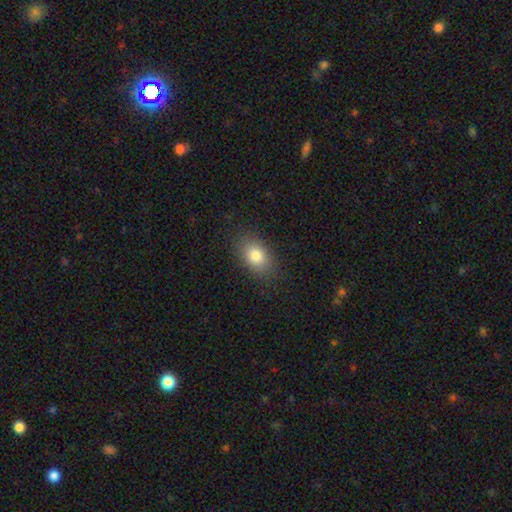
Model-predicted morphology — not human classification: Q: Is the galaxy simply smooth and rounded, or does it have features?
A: smooth — 81%.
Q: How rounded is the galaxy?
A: in between — 79%.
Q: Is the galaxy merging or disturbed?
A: none — 85%.